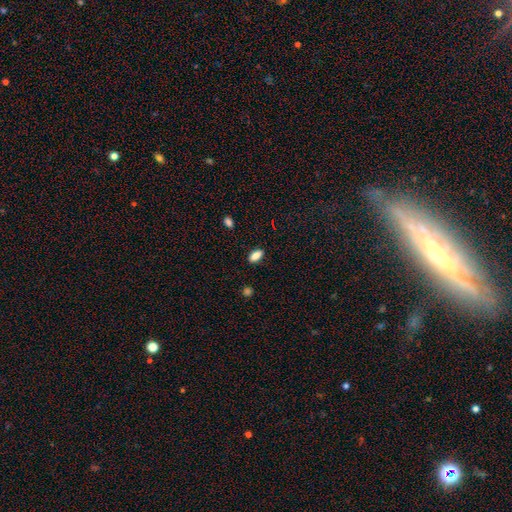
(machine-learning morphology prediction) Smooth or featured? Predicted: smooth (p=0.85). How rounded? Predicted: in between (p=0.85). Merging? Predicted: none (p=0.87).